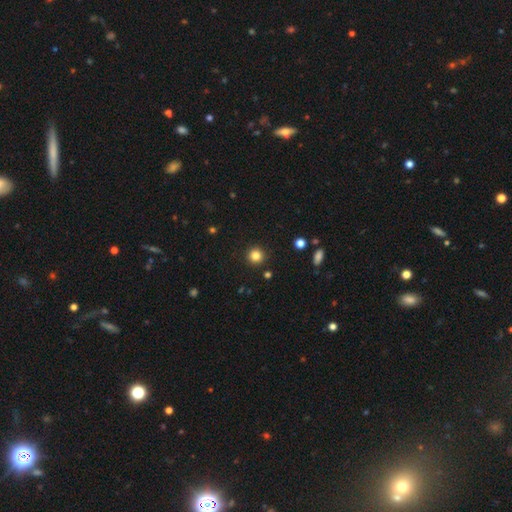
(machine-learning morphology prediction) This appears to be a smooth galaxy with no disk features (83%) that is round (94%). Merging: none (92%).